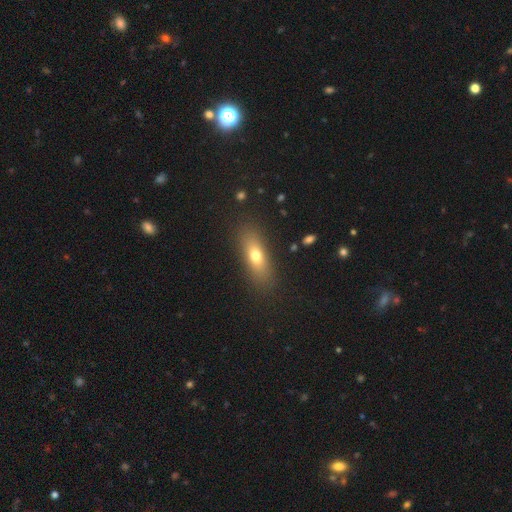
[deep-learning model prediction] smooth 69%, featured or disk 22%, star or artifact 9%. Down the decision tree: how rounded — in between (63%); merging — none (85%).